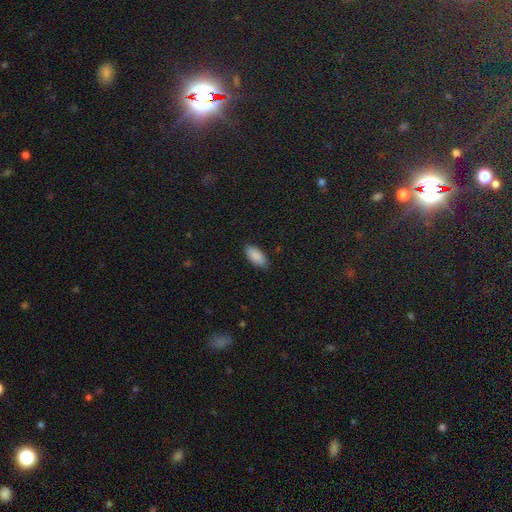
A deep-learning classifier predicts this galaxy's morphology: Smooth or featured? Predicted: smooth (p=0.90). How rounded? Predicted: in between (p=0.89). Merging? Predicted: none (p=0.88).